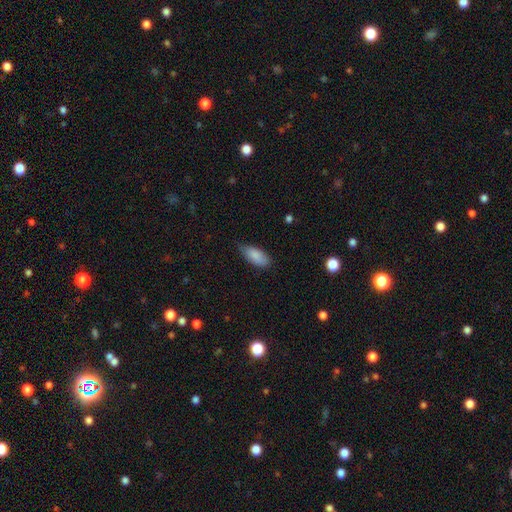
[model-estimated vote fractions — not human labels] The model was most divided on "merging": none: 64%, minor disturbance: 30%, major disturbance: 4%, merger: 1%. More confident: how rounded — in between (89%); smooth or featured — smooth (88%).